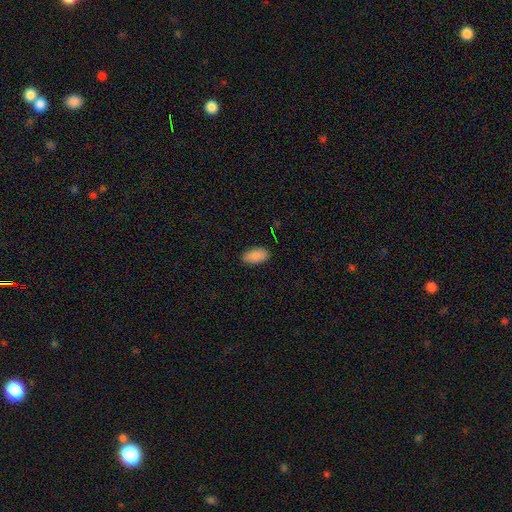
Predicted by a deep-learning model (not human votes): Overall: smooth (90%). How rounded: in between (94%). Merging: none (87%).